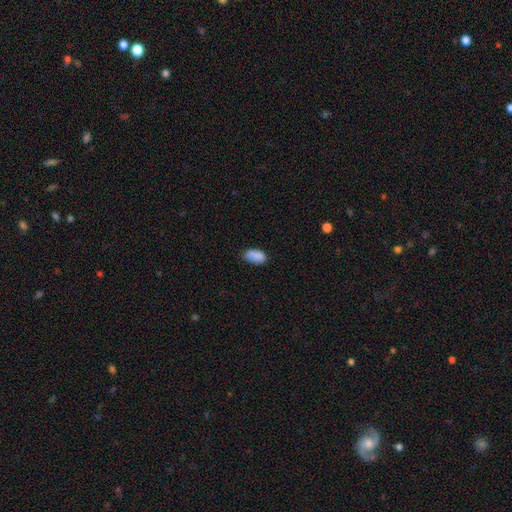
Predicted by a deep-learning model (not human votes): This appears to be a smooth galaxy with no disk features (87%) that is in between round and cigar-shaped (93%). Merging: none (72%).